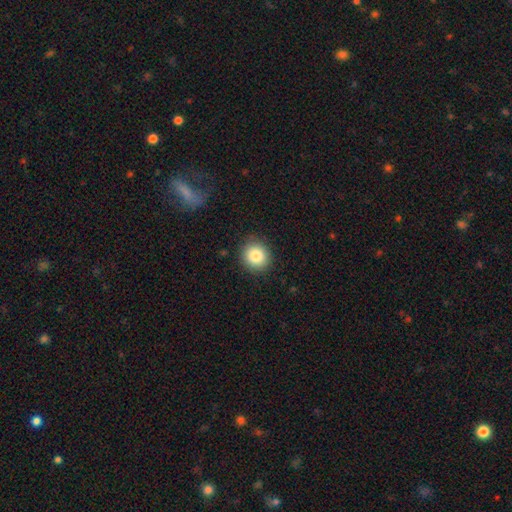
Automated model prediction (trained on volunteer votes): Q: Smooth or featured?
A: smooth (84%); runner-up: star or artifact (9%)
Q: How rounded?
A: round (88%); runner-up: in between (11%)
Q: Merging?
A: none (90%); runner-up: minor disturbance (7%)